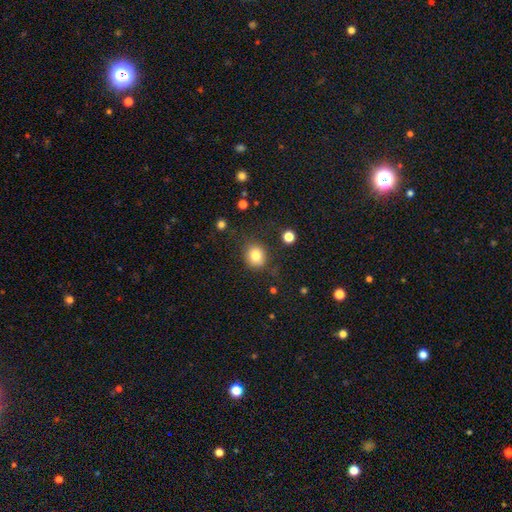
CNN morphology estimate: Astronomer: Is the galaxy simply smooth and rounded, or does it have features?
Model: smooth — 81%.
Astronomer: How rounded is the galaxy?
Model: round — 80%.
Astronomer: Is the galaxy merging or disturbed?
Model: none — 82%.